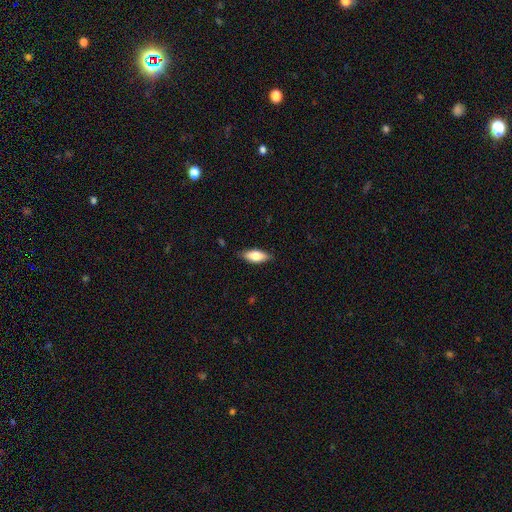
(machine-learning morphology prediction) A smooth galaxy with no disk features (74%) that is in between round and cigar-shaped (80%).

Vote fractions:
- Smooth or featured? smooth: 74% / featured or disk: 20% / star or artifact: 6%
- How rounded? in between: 80% / cigar-shaped: 17% / round: 3%
- Merging? none: 84% / minor disturbance: 13% / major disturbance: 2% / merger: 1%